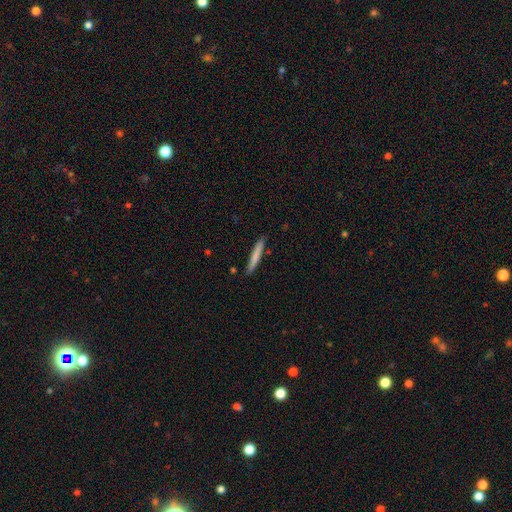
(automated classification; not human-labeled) smooth_or_featured: smooth (p=0.75) [alt: featured or disk p=0.20]
how_rounded: cigar-shaped (p=0.95) [alt: in between p=0.03]
merging: none (p=0.87) [alt: minor disturbance p=0.10]